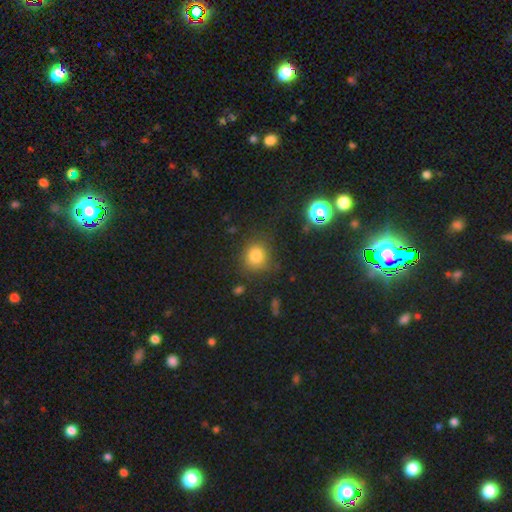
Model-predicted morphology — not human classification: Smooth or featured?
  - smooth: 79% *
  - star or artifact: 14%
  - featured or disk: 6%
How rounded?
  - round: 84% *
  - in between: 15%
  - cigar-shaped: 1%
Merging?
  - none: 80% *
  - minor disturbance: 13%
  - major disturbance: 5%
  - merger: 3%